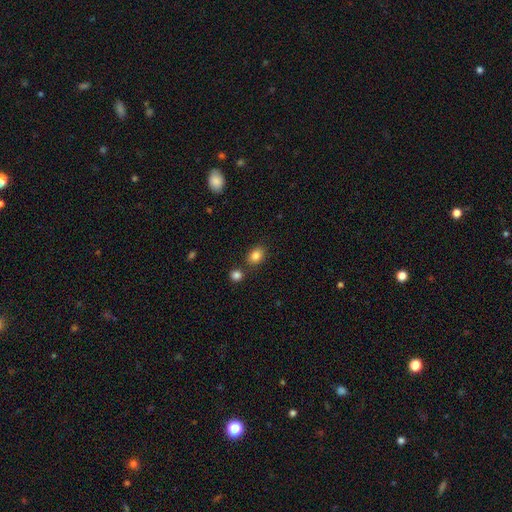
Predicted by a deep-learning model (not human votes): smooth_or_featured: smooth (p=0.84) [alt: star or artifact p=0.10]
how_rounded: in between (p=0.60) [alt: round p=0.39]
merging: none (p=0.75) [alt: merger p=0.11]